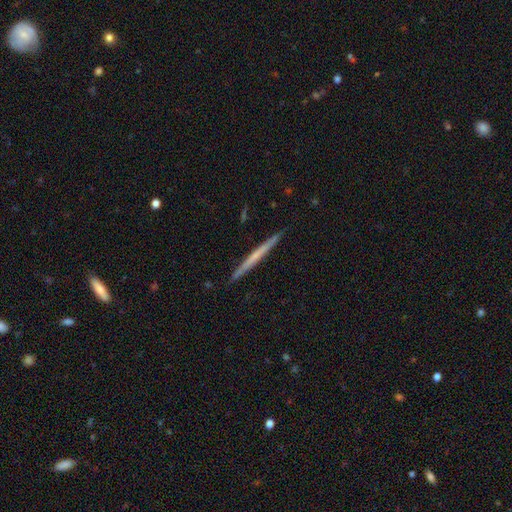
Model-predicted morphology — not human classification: featured or disk 55%, smooth 39%, star or artifact 6%. Down the decision tree: edge-on disk — yes (98%); edge-on bulge — none (81%); merging — none (92%).